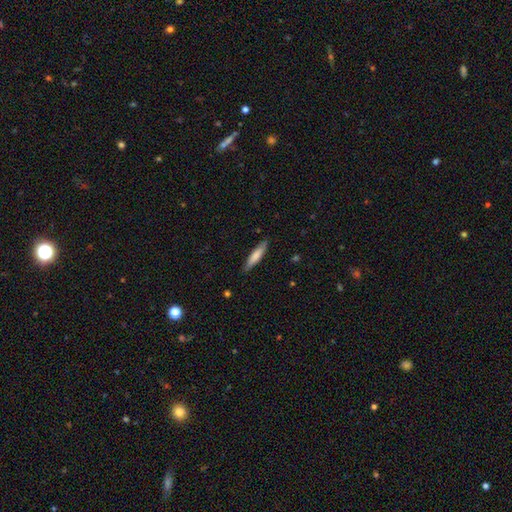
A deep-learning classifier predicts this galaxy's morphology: smooth_or_featured: smooth (p=0.75) [alt: featured or disk p=0.19]
how_rounded: cigar-shaped (p=0.83) [alt: in between p=0.15]
merging: none (p=0.87) [alt: minor disturbance p=0.10]